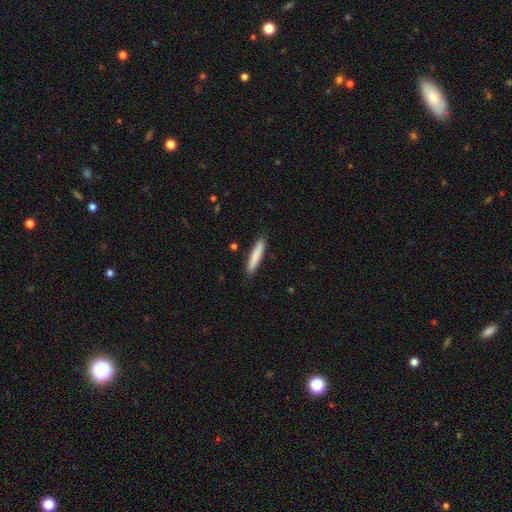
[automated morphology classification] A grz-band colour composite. It shows a smooth galaxy with no disk features (82%) that is cigar-shaped (91%). Merging: none (89%).